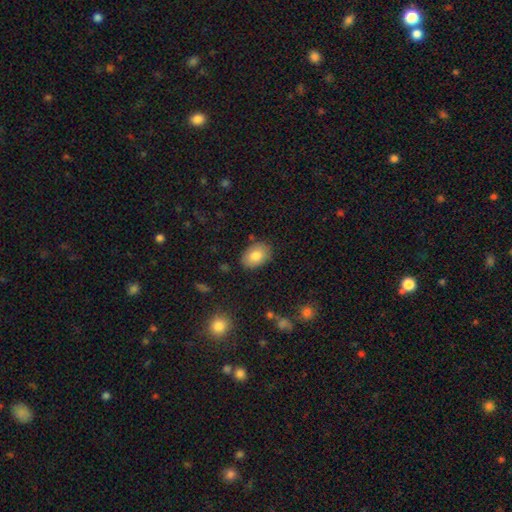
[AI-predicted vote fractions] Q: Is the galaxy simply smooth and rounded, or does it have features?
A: smooth — 82%.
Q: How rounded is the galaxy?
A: in between — 83%.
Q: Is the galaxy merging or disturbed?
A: none — 83%.